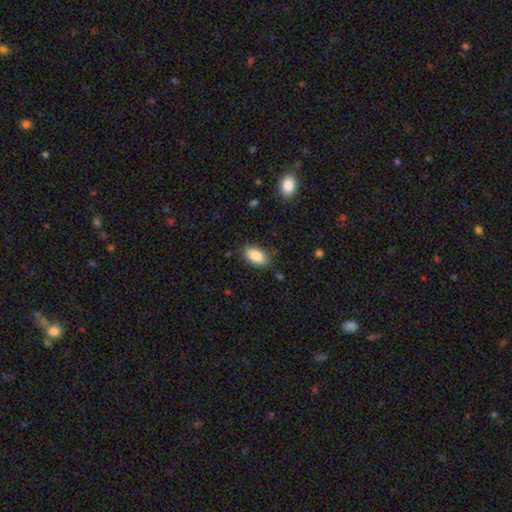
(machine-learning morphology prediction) type=smooth (86%); roundness=in between (93%); merging=none (85%).